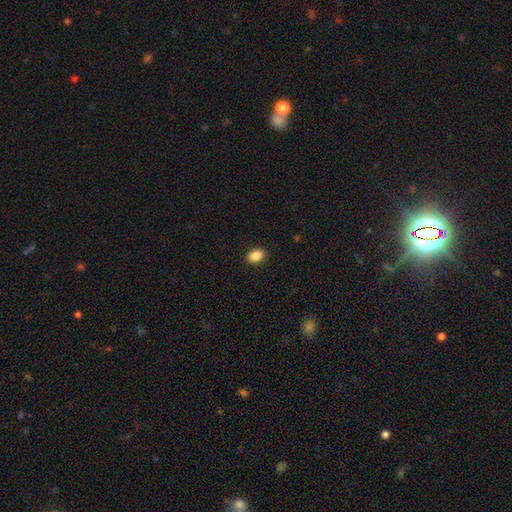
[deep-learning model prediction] Smooth or featured? Predicted: smooth (p=0.88). How rounded? Predicted: in between (p=0.76). Merging? Predicted: none (p=0.91).